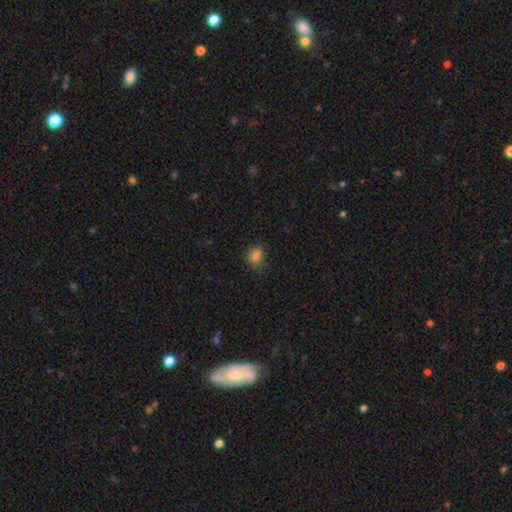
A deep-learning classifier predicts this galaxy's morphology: This appears to be a smooth galaxy with no disk features (81%) that is round (58%). Merging: none (67%).